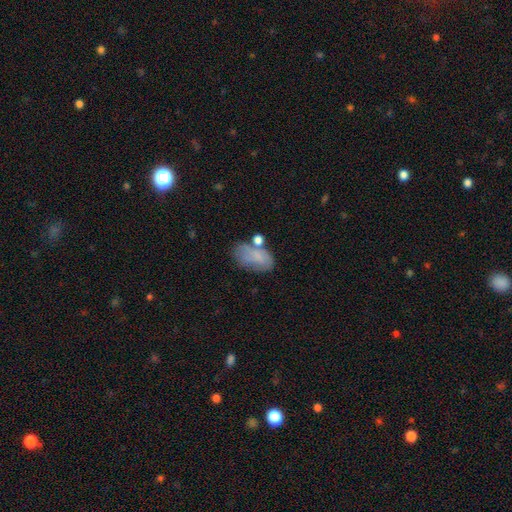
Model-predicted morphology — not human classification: Smooth or featured?
  - smooth: 68% *
  - featured or disk: 22%
  - star or artifact: 10%
How rounded?
  - in between: 90% *
  - round: 8%
  - cigar-shaped: 2%
Merging?
  - none: 46% *
  - minor disturbance: 24%
  - merger: 18%
  - major disturbance: 12%